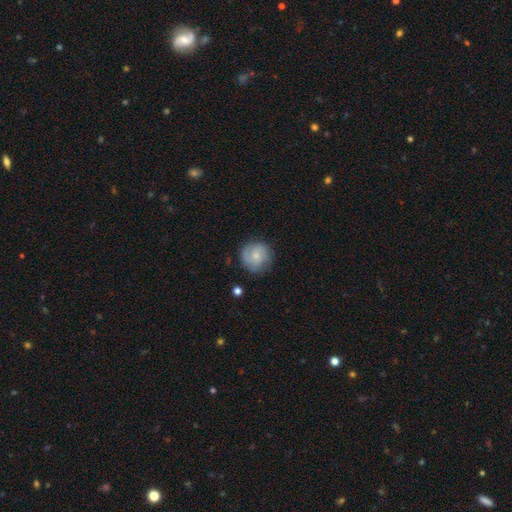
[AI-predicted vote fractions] This appears to be a smooth galaxy with no disk features (51%) that is round (90%). Merging: none (75%).